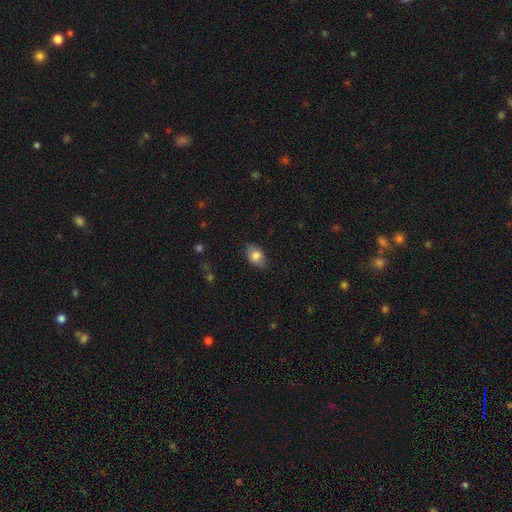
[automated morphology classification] Q: Smooth or featured?
A: smooth (81%); runner-up: featured or disk (12%)
Q: How rounded?
A: in between (86%); runner-up: round (12%)
Q: Merging?
A: none (82%); runner-up: minor disturbance (14%)